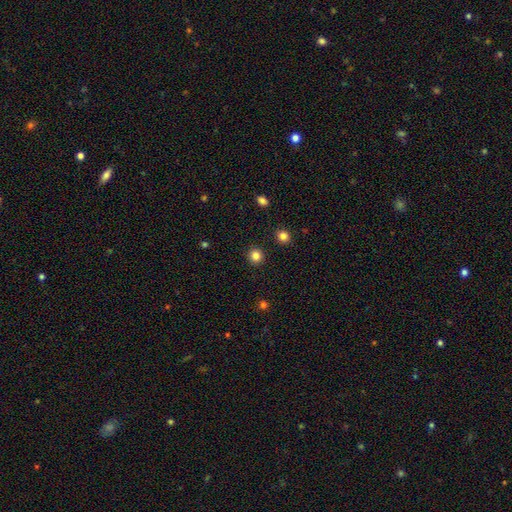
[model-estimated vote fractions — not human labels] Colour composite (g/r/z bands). It shows a smooth galaxy with no disk features (84%) that is round (93%). Merging: none (92%).